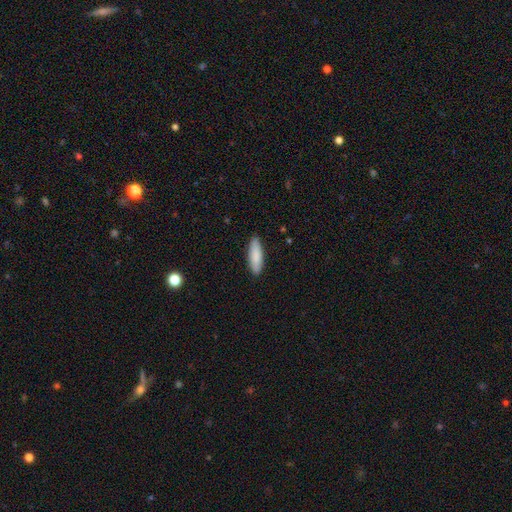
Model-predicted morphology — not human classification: Smooth or featured? smooth (86%)
How rounded? cigar-shaped (50%)
Merging? none (88%)